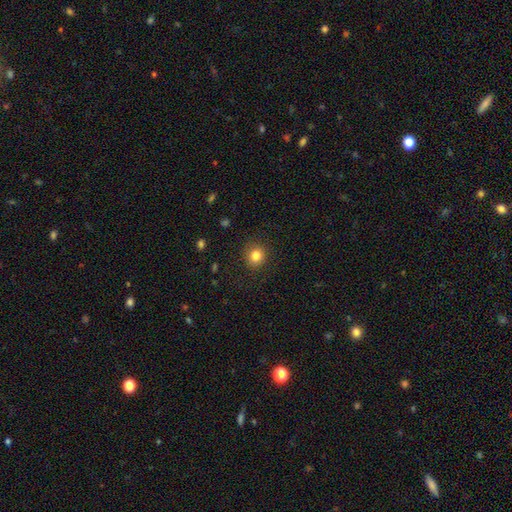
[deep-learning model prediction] Smooth or featured? Predicted: smooth (p=0.82). How rounded? Predicted: round (p=0.86). Merging? Predicted: none (p=0.89).